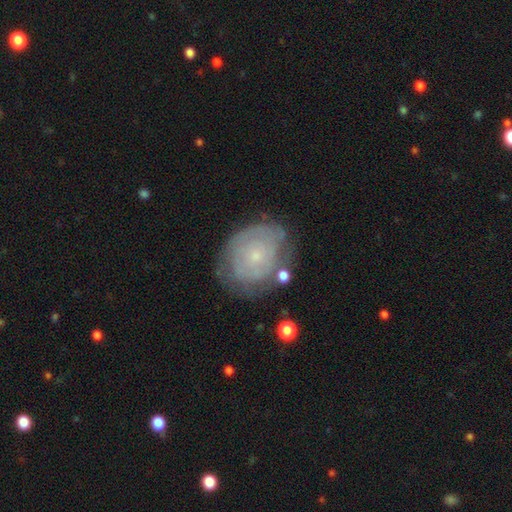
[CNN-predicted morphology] Smooth or featured?
  - featured or disk: 61% *
  - smooth: 31%
  - star or artifact: 8%
Edge-on disk?
  - no: 96% *
  - yes: 4%
Bar?
  - no: 85% *
  - weak: 13%
  - strong: 2%
Spiral arms?
  - yes: 68% *
  - no: 32%
Bulge size?
  - small: 78% *
  - moderate: 16%
  - none: 4%
  - large: 1%
  - dominant: 1%
Merging?
  - none: 67% *
  - minor disturbance: 21%
  - major disturbance: 8%
  - merger: 4%